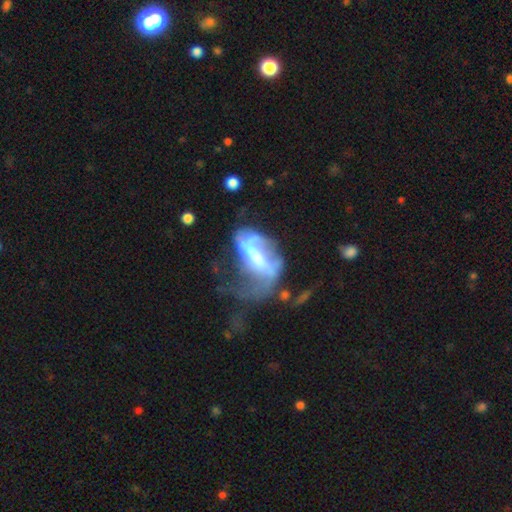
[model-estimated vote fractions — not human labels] A featured or disk galaxy (65%) with no bar (37%), spiral arms (54%) and a moderate central bulge (37%). Merging: major disturbance (56%).